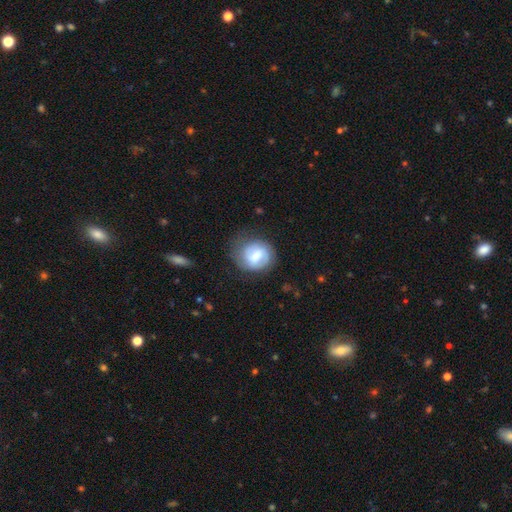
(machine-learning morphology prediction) type=featured or disk (49%); merging=none (62%).